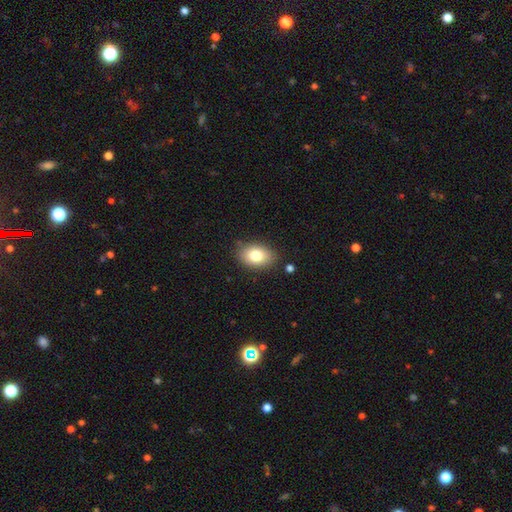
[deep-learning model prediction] Smooth or featured?
  - smooth: 80% *
  - featured or disk: 12%
  - star or artifact: 8%
How rounded?
  - in between: 83% *
  - round: 16%
  - cigar-shaped: 1%
Merging?
  - none: 83% *
  - minor disturbance: 12%
  - major disturbance: 3%
  - merger: 2%